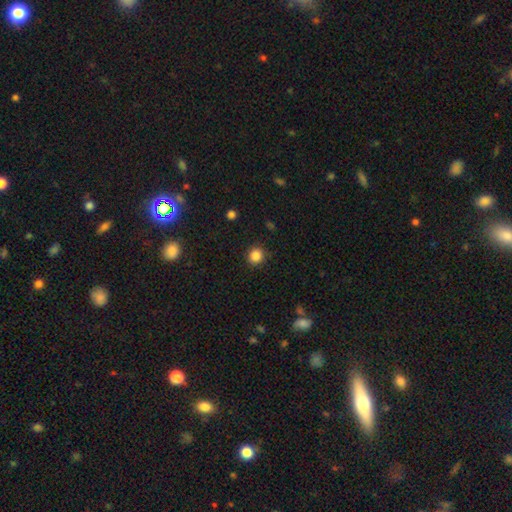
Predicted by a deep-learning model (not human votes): This appears to be a smooth galaxy with no disk features (85%) that is round (90%). Merging: none (89%).